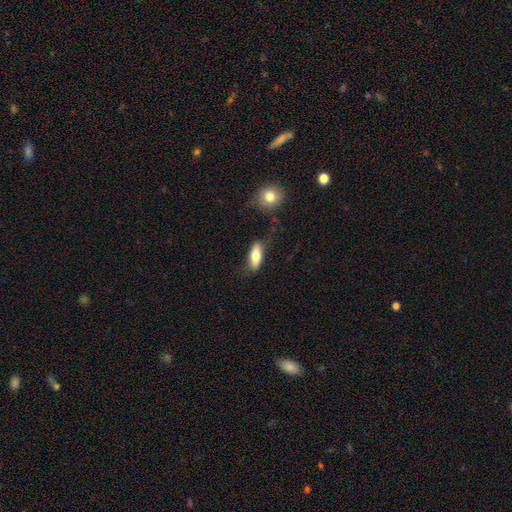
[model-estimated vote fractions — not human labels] Smooth or featured?
  - smooth: 71% *
  - featured or disk: 22%
  - star or artifact: 6%
How rounded?
  - in between: 66% *
  - cigar-shaped: 31%
  - round: 3%
Merging?
  - none: 74% *
  - minor disturbance: 17%
  - major disturbance: 5%
  - merger: 4%